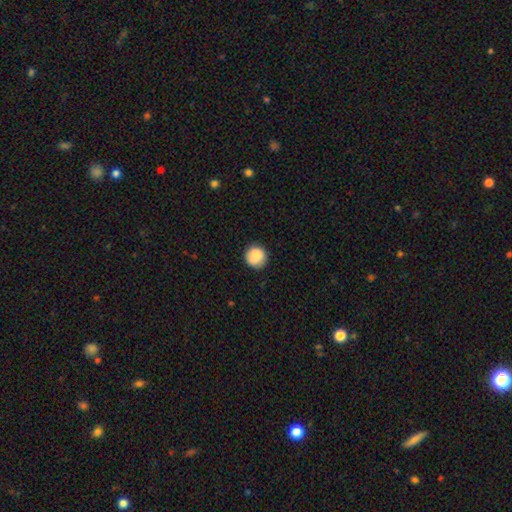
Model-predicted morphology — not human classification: A smooth galaxy with no disk features (88%) that is round (95%). Merging: none (90%).